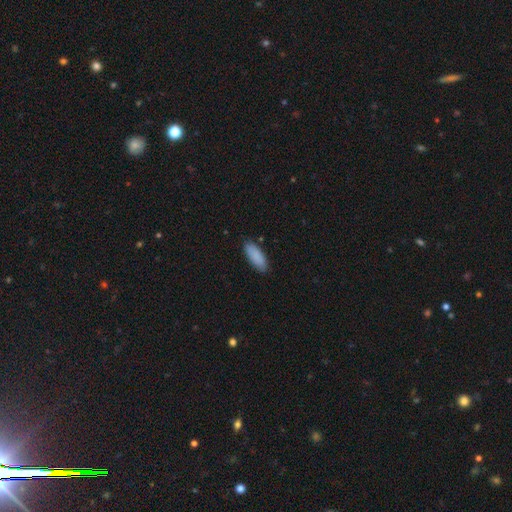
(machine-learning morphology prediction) Overall: smooth (89%). How rounded: in between (75%). Merging: none (85%).